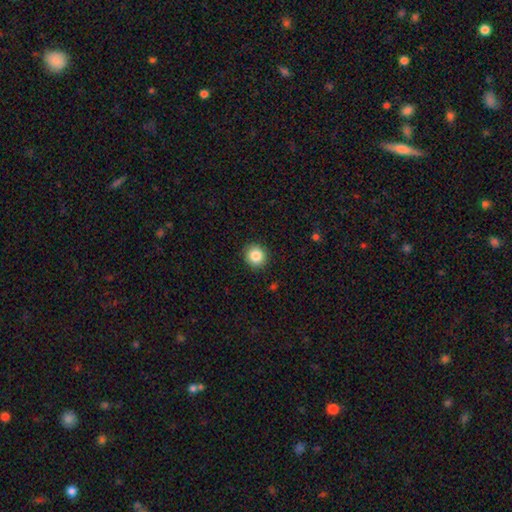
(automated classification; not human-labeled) Smooth or featured? Predicted: smooth (p=0.85). How rounded? Predicted: round (p=0.91). Merging? Predicted: none (p=0.91).